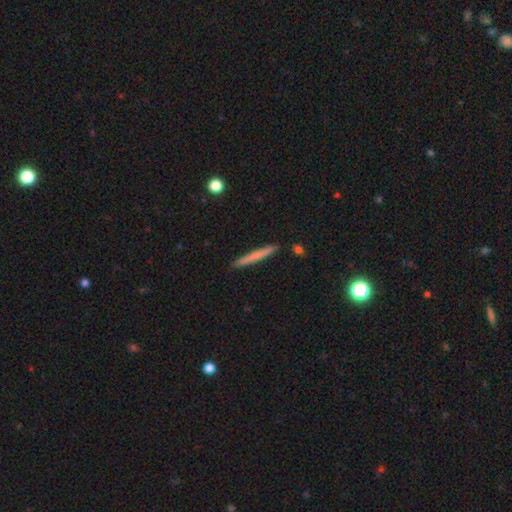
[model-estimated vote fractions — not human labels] smooth_or_featured: smooth (p=0.66) [alt: featured or disk p=0.28]
how_rounded: cigar-shaped (p=0.96) [alt: in between p=0.02]
merging: none (p=0.91) [alt: minor disturbance p=0.06]